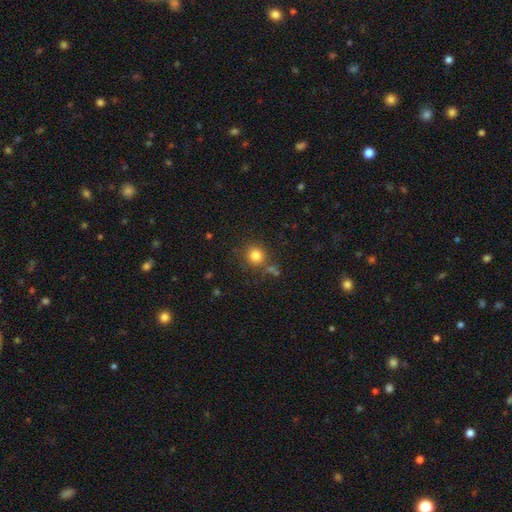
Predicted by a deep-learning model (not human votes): smooth_or_featured: smooth (p=0.81) [alt: star or artifact p=0.13]
how_rounded: round (p=0.91) [alt: in between p=0.08]
merging: none (p=0.80) [alt: minor disturbance p=0.10]